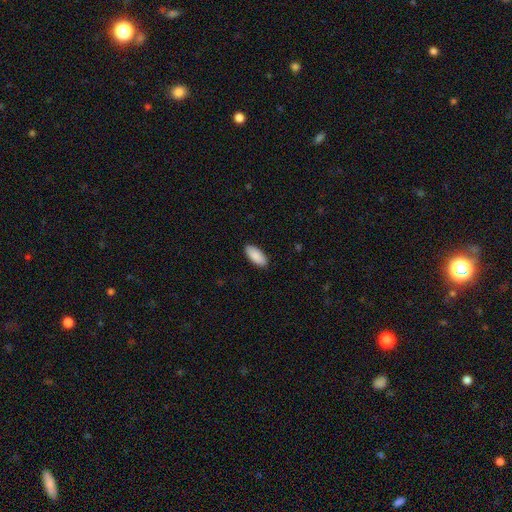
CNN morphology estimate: This is clearly a smooth galaxy (90%). How rounded: clearly in between (89%). Merging: clearly none (90%).